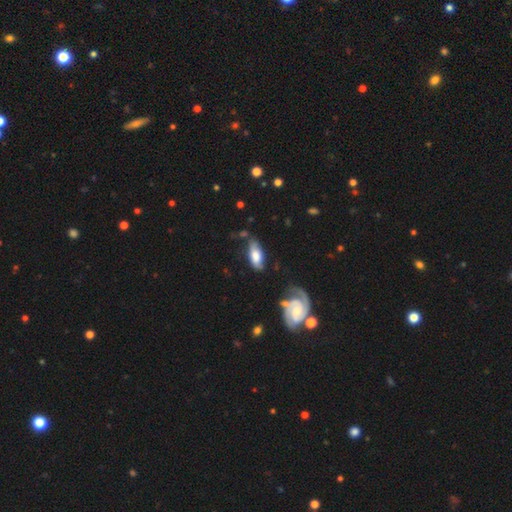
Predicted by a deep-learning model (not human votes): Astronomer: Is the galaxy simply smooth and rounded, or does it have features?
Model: smooth — 65%.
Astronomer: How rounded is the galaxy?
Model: in between — 84%.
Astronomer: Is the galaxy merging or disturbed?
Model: none — 57%.